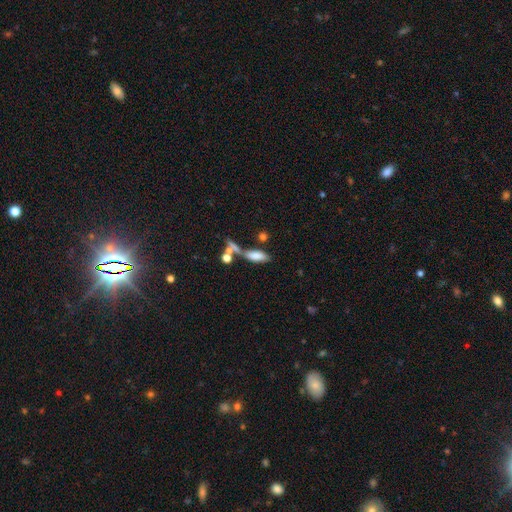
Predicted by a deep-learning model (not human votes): Smooth or featured? Predicted: smooth (p=0.73). How rounded? Predicted: in between (p=0.67). Merging? Predicted: none (p=0.46).